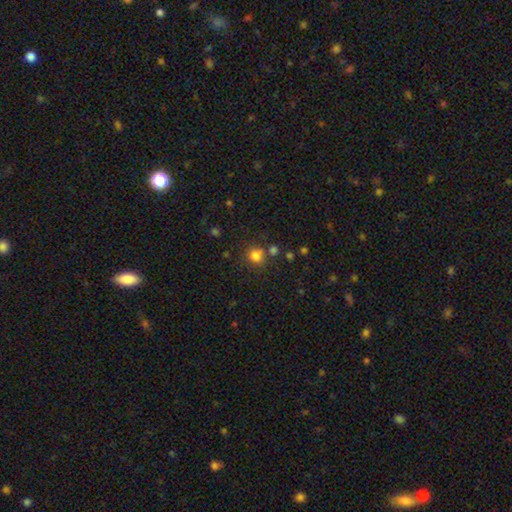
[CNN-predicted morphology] A smooth galaxy with no disk features (79%) that is round (87%). Merging: none (72%).